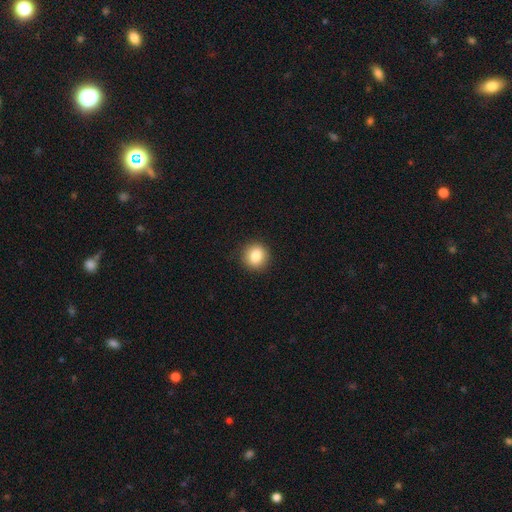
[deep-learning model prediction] Q: Smooth or featured?
A: smooth (85%); runner-up: star or artifact (9%)
Q: How rounded?
A: round (90%); runner-up: in between (9%)
Q: Merging?
A: none (91%); runner-up: minor disturbance (6%)